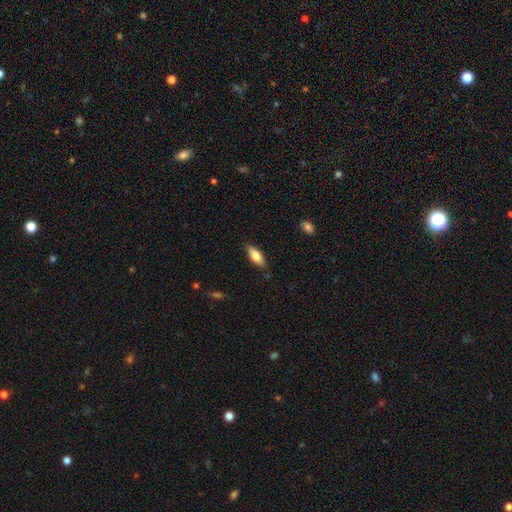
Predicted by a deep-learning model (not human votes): Morphology: type=smooth (75%); roundness=in between (71%); merging=none (84%).